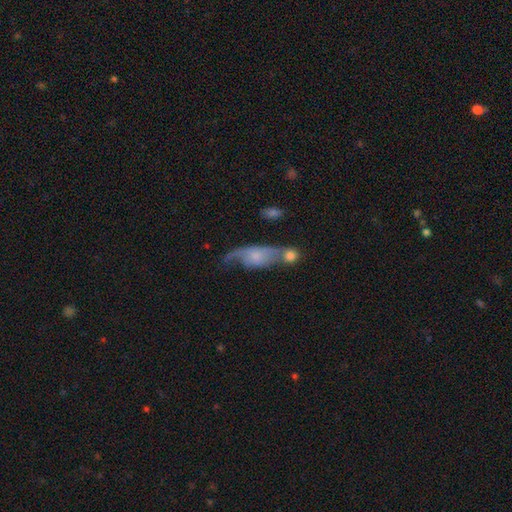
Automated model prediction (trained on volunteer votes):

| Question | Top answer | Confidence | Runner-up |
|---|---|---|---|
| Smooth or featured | featured or disk | 58% | smooth (34%) |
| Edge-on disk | no | 85% | yes (15%) |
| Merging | merger | 35% | none (26%) |